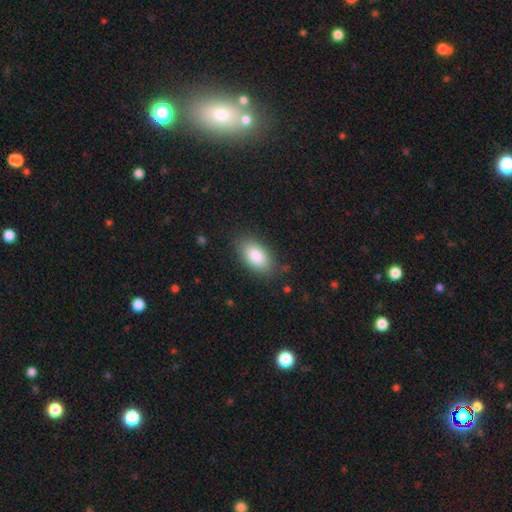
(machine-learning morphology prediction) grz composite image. It shows a smooth galaxy with no disk features (85%) that is in between round and cigar-shaped (93%). Merging: none (84%).